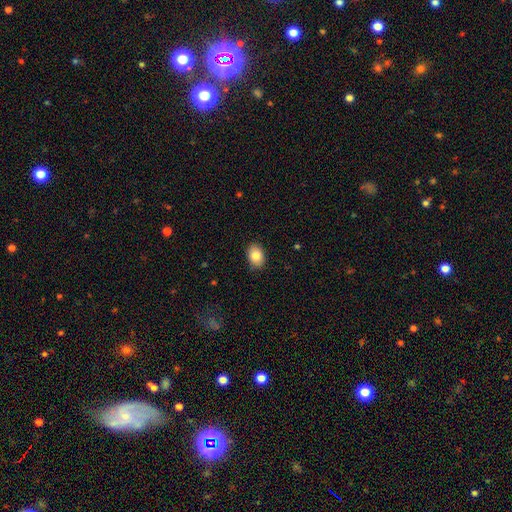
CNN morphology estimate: smooth_or_featured: smooth (p=0.85) [alt: star or artifact p=0.08]
how_rounded: in between (p=0.79) [alt: round p=0.20]
merging: none (p=0.86) [alt: minor disturbance p=0.11]